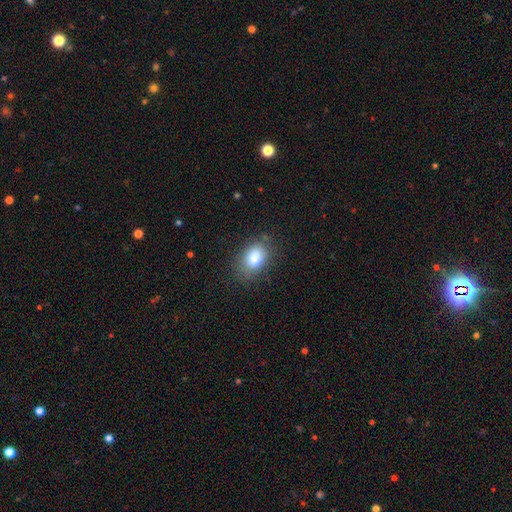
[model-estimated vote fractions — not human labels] This appears to be a smooth galaxy with no disk features (83%) that is in between round and cigar-shaped (86%). Merging: none (77%).